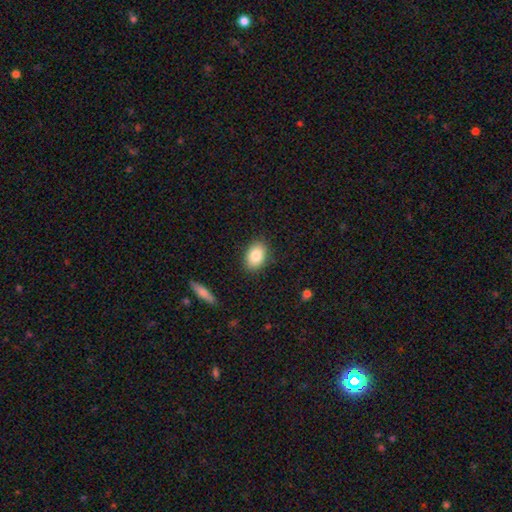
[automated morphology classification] Smooth or featured? smooth (85%)
How rounded? in between (84%)
Merging? none (87%)